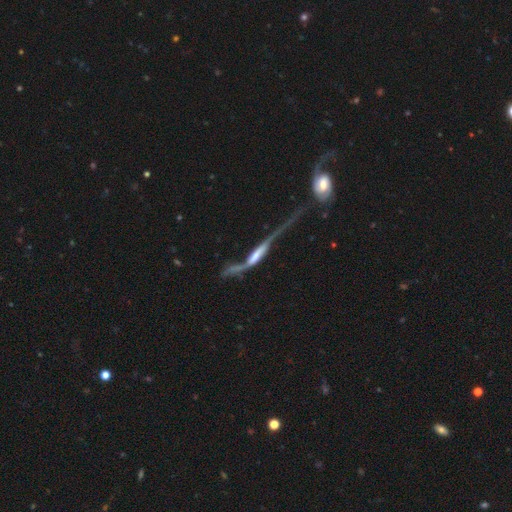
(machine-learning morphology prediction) Smooth or featured? featured or disk (64%)
Edge-on disk? no (53%)
Merging? major disturbance (55%)